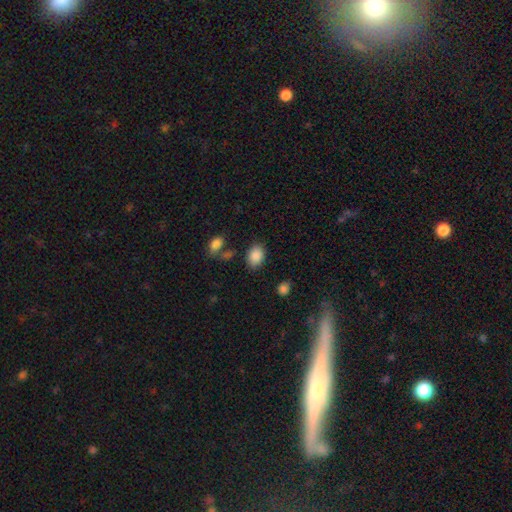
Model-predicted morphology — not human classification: A smooth galaxy with no disk features (87%) that is in between round and cigar-shaped (75%). Merging: none (78%).